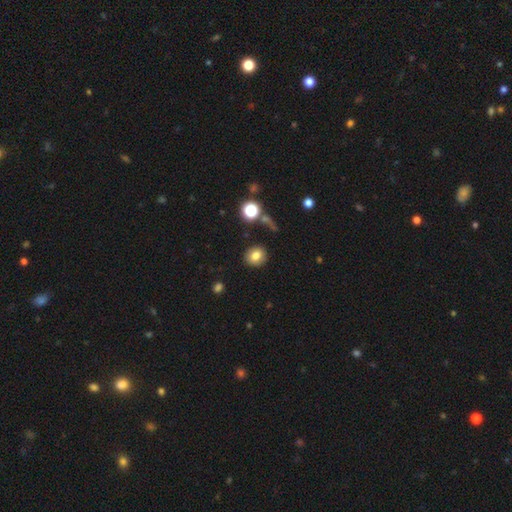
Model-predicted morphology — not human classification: A smooth galaxy with no disk features (79%) that is round (76%).

Vote fractions:
- Smooth or featured? smooth: 79% / star or artifact: 12% / featured or disk: 9%
- How rounded? round: 76% / in between: 23% / cigar-shaped: 1%
- Merging? none: 86% / minor disturbance: 9% / major disturbance: 3% / merger: 3%